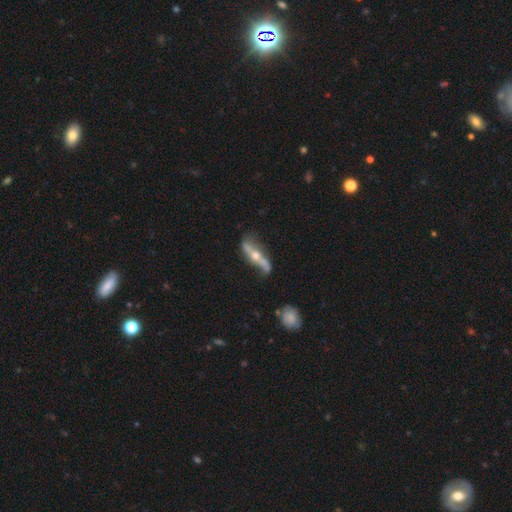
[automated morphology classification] smooth_or_featured: featured or disk (p=0.77) [alt: smooth p=0.16]
disk_edge_on: no (p=0.52) [alt: yes p=0.48]
merging: none (p=0.58) [alt: minor disturbance p=0.23]